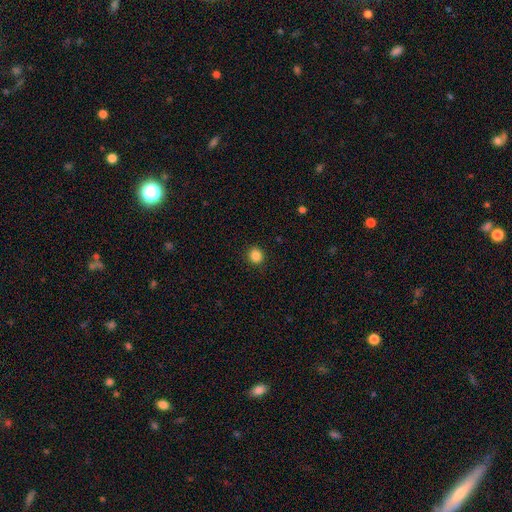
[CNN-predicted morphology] This appears to be a smooth galaxy with no disk features (86%) that is round (88%). Merging: none (91%).